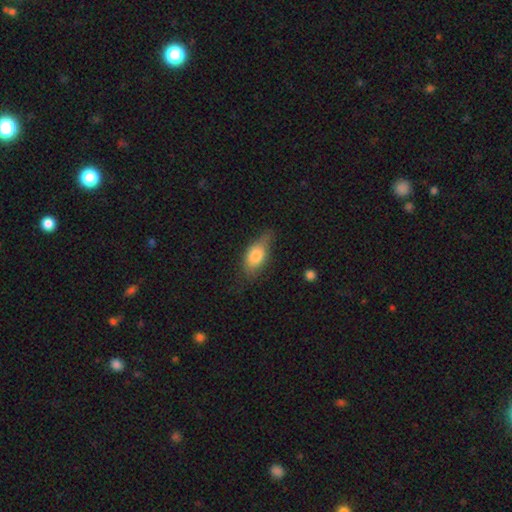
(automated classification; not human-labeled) Smooth or featured?
  - smooth: 76% *
  - featured or disk: 17%
  - star or artifact: 7%
How rounded?
  - in between: 84% *
  - cigar-shaped: 10%
  - round: 6%
Merging?
  - none: 54% *
  - minor disturbance: 34%
  - major disturbance: 10%
  - merger: 2%